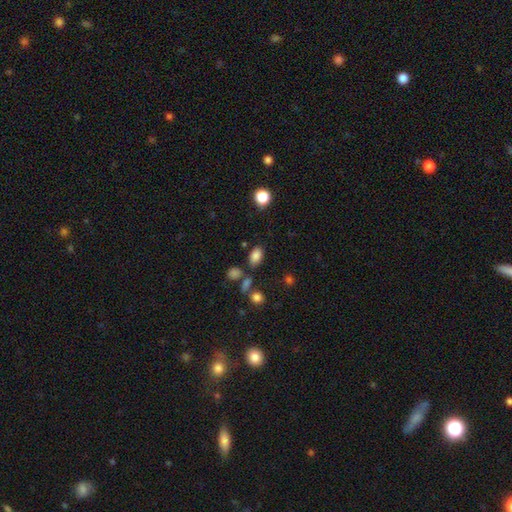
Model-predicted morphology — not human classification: smooth_or_featured: smooth (p=0.83) [alt: star or artifact p=0.11]
how_rounded: in between (p=0.86) [alt: round p=0.12]
merging: none (p=0.75) [alt: minor disturbance p=0.13]